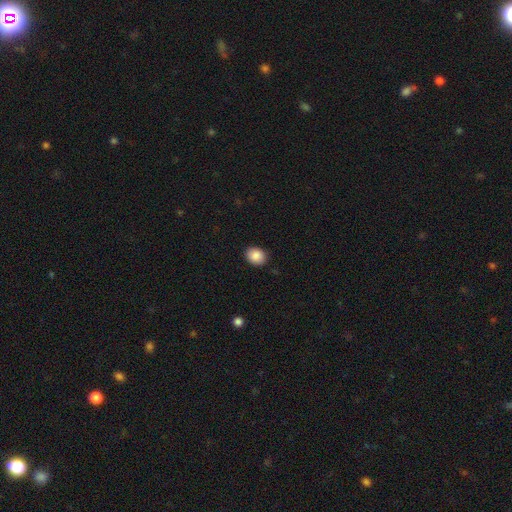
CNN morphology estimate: This appears to be a smooth galaxy with no disk features (89%) that is round (53%). Merging: none (88%).